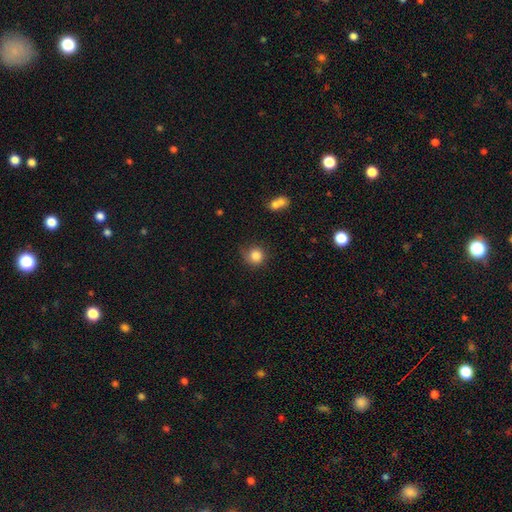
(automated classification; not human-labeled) This is clearly a smooth galaxy (84%). How rounded: clearly round (89%). Merging: likely none (70%).